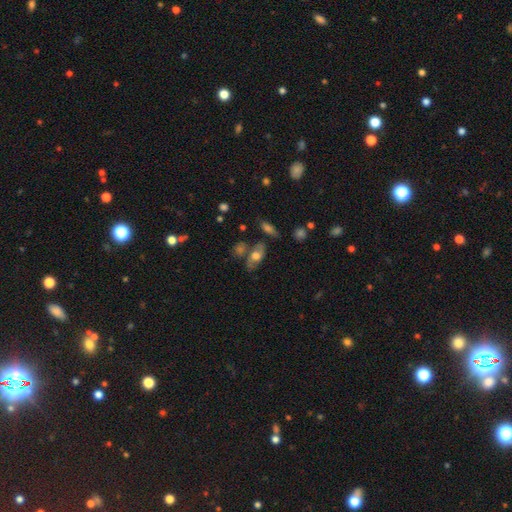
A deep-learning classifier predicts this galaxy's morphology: A featured or disk galaxy (49%). Merging: none (54%).